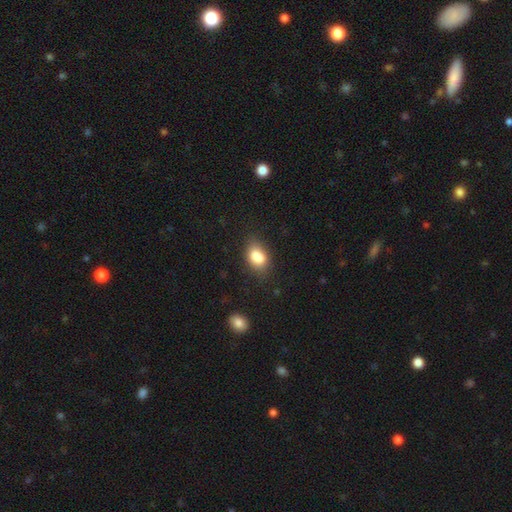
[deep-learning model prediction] The model was most divided on "merging": none: 64%, minor disturbance: 21%, merger: 9%, major disturbance: 6%. More confident: smooth or featured — smooth (81%); how rounded — in between (80%).